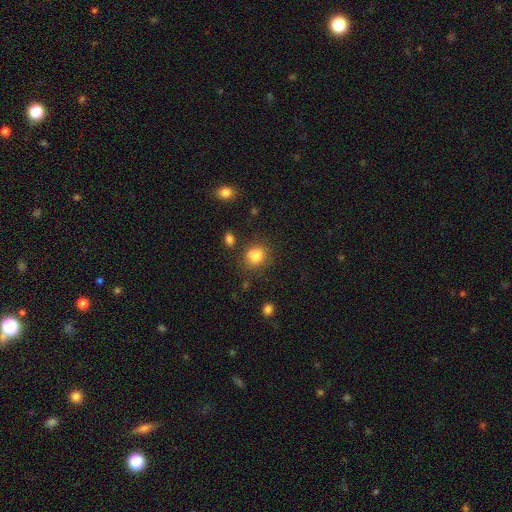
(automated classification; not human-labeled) This appears to be a smooth galaxy with no disk features (84%) that is round (73%). Merging: none (77%).